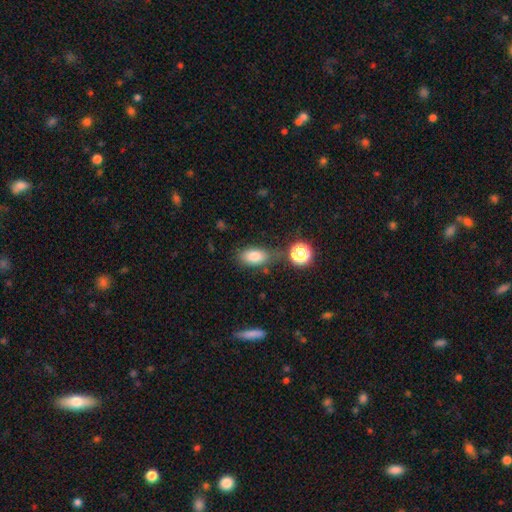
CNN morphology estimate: smooth-or-featured: smooth: 81% | star or artifact: 10% | featured or disk: 9%
  how-rounded: in between: 87% | round: 9% | cigar-shaped: 4%
  merging: none: 68% | minor disturbance: 18% | merger: 9% | major disturbance: 6%